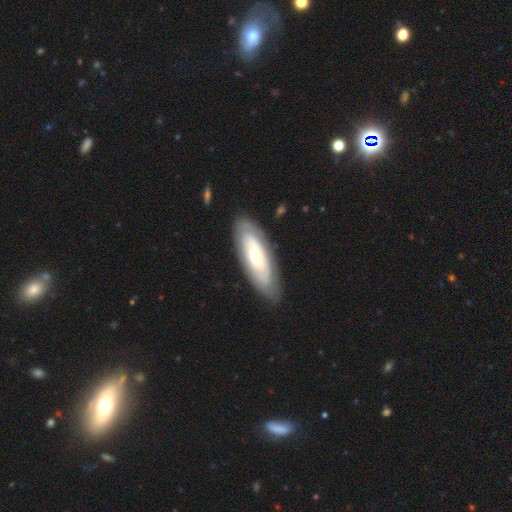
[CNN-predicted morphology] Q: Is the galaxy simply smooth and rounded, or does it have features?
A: featured or disk — 55%.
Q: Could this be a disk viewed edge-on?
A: no — 80%.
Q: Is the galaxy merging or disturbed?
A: none — 81%.